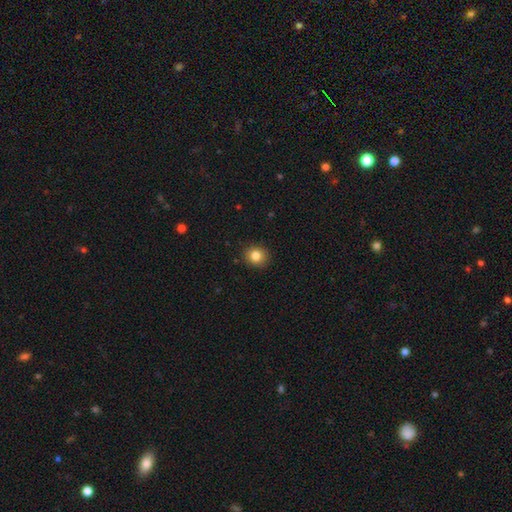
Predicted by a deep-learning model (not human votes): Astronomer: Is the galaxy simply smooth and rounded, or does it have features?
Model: smooth — 83%.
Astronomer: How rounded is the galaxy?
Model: round — 80%.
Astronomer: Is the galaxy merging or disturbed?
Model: none — 89%.